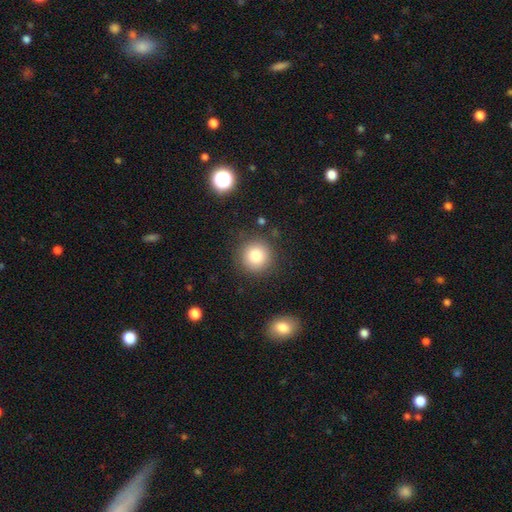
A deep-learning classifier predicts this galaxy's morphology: The model was most divided on "smooth or featured": smooth: 83%, star or artifact: 10%, featured or disk: 7%. More confident: how rounded — round (93%); merging — none (86%).